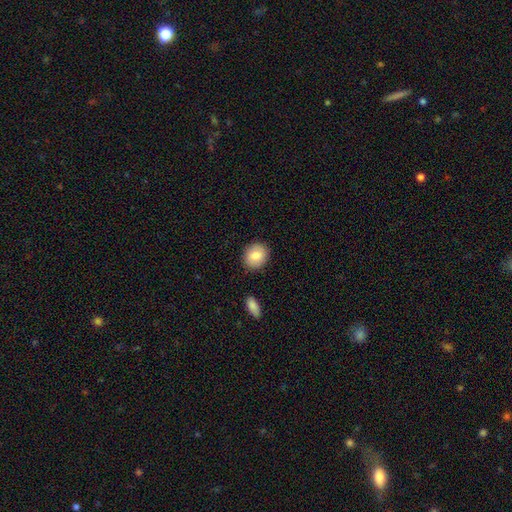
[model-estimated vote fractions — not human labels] Smooth or featured? smooth (84%)
How rounded? round (71%)
Merging? none (87%)